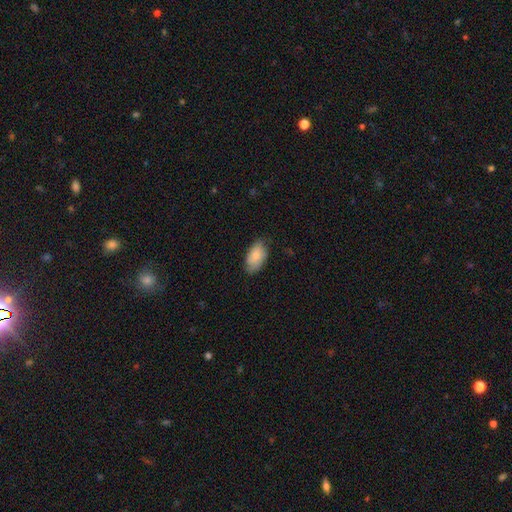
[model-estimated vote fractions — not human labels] smooth-or-featured: smooth: 77% | featured or disk: 17% | star or artifact: 6%
  how-rounded: in between: 93% | round: 4% | cigar-shaped: 2%
  merging: none: 71% | minor disturbance: 24% | major disturbance: 4% | merger: 1%